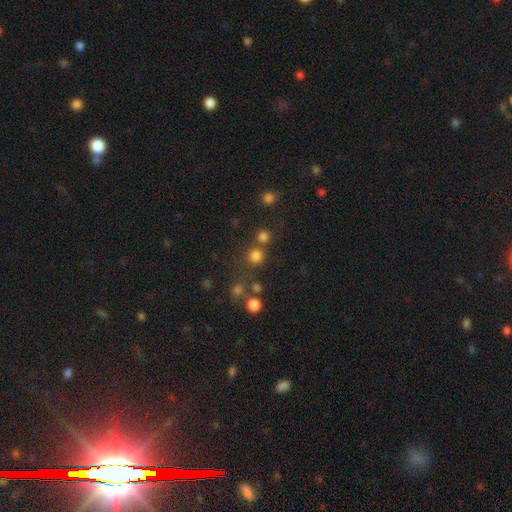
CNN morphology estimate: smooth_or_featured: smooth (p=0.76) [alt: star or artifact p=0.19]
how_rounded: round (p=0.92) [alt: in between p=0.07]
merging: none (p=0.72) [alt: merger p=0.17]